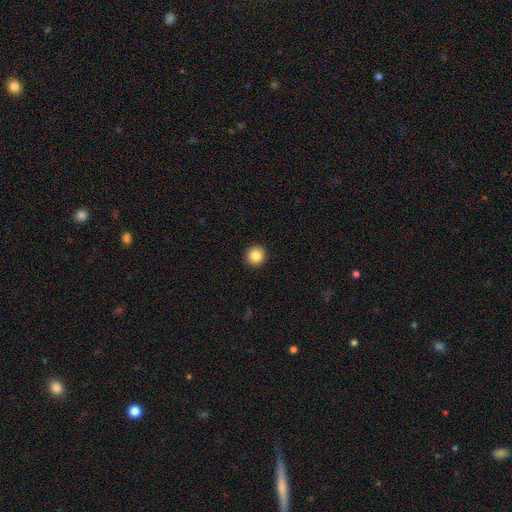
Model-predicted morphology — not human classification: Overall: smooth (85%). How rounded: round (94%). Merging: none (93%).